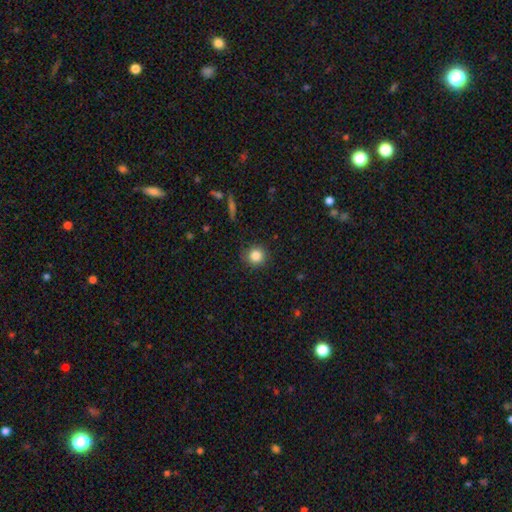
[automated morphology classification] A smooth galaxy with no disk features (85%) that is round (92%).

Vote fractions:
- Smooth or featured? smooth: 85% / star or artifact: 10% / featured or disk: 5%
- How rounded? round: 92% / in between: 7% / cigar-shaped: 1%
- Merging? none: 86% / minor disturbance: 10% / major disturbance: 3% / merger: 1%